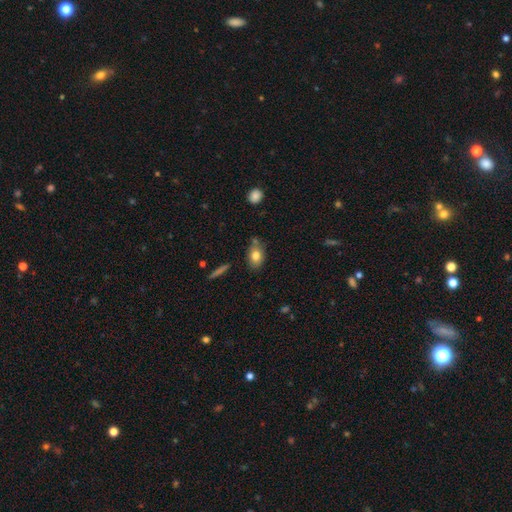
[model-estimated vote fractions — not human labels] smooth 78%, featured or disk 13%, star or artifact 9%. Down the decision tree: how rounded — in between (76%); merging — none (70%).